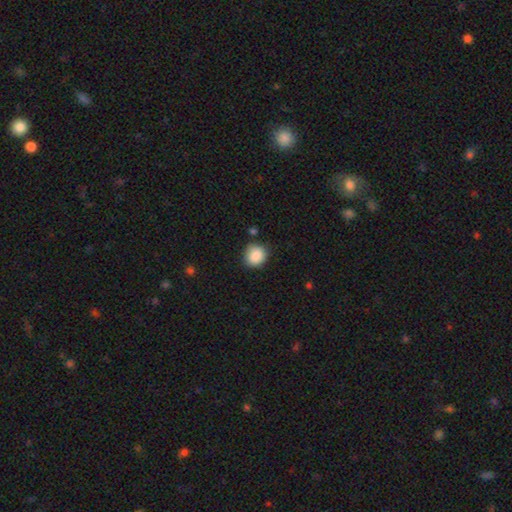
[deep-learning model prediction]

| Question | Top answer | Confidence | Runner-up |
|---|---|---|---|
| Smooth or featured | smooth | 88% | star or artifact (8%) |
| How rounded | round | 81% | in between (18%) |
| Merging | none | 79% | minor disturbance (15%) |